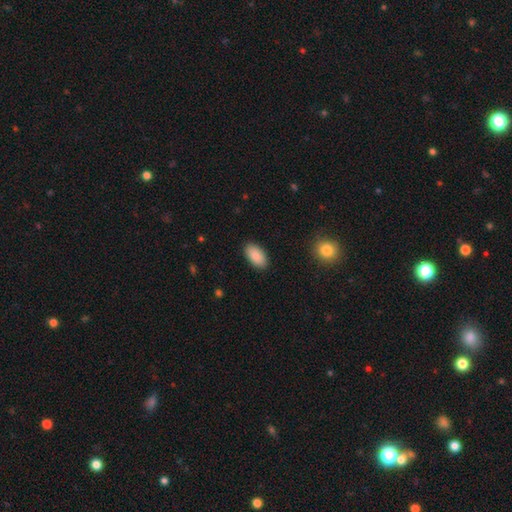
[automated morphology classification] The model was most divided on "merging": none: 89%, minor disturbance: 8%, major disturbance: 2%, merger: 1%. More confident: how rounded — in between (95%); smooth or featured — smooth (89%).